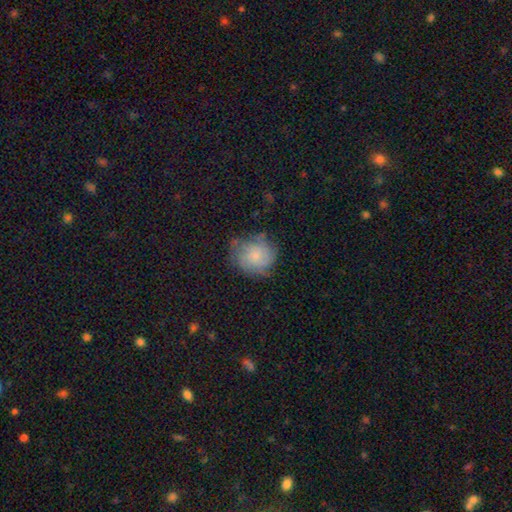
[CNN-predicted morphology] smooth-or-featured: smooth: 57% | featured or disk: 34% | star or artifact: 9%
  how-rounded: round: 80% | in between: 19% | cigar-shaped: 1%
  merging: none: 61% | minor disturbance: 27% | major disturbance: 10% | merger: 2%